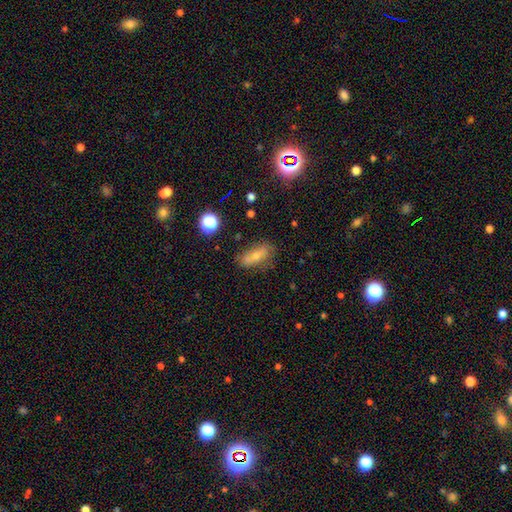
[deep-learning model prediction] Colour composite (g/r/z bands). It shows a smooth galaxy with no disk features (47%). Merging: none (72%).